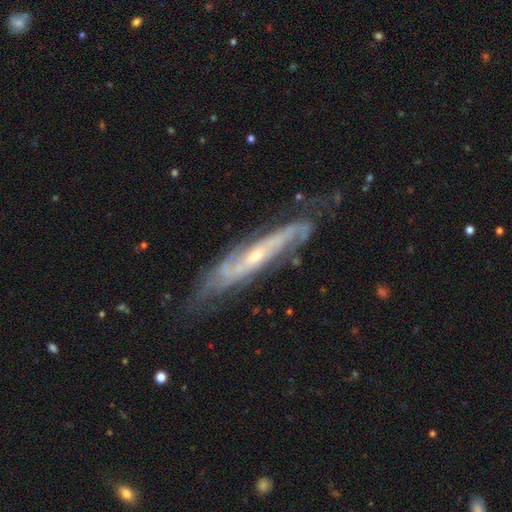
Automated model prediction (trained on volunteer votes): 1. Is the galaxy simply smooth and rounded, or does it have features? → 85% featured or disk, 9% smooth, 6% star or artifact.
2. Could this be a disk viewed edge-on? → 66% no, 34% yes.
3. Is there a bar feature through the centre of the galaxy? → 53% no, 28% weak, 19% strong.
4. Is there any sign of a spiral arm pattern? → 93% yes, 7% no.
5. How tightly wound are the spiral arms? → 50% tight, 37% medium, 13% loose.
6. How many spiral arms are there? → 47% 2, 33% can't tell, 9% 3, 4% 4, 4% 1, 3% more than 4.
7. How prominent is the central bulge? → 70% small, 26% moderate, 1% none, 1% large, 1% dominant.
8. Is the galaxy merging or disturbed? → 70% none, 20% minor disturbance, 7% major disturbance, 2% merger.